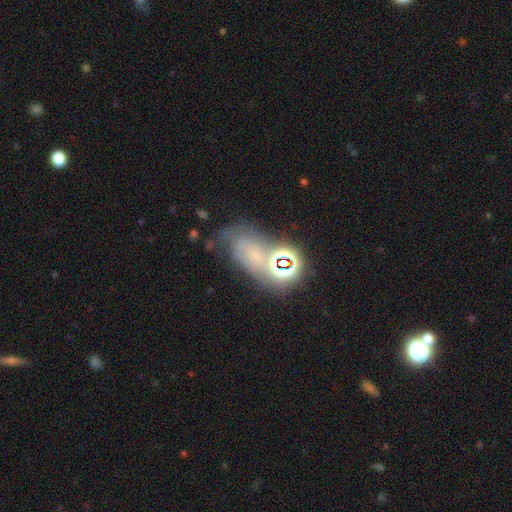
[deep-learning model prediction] This is marginally a star or artifact rather than a galaxy (36%).